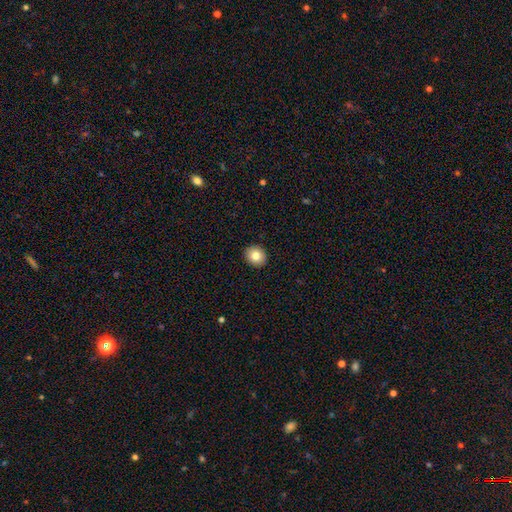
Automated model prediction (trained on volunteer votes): A smooth galaxy with no disk features (82%) that is round (74%).

Vote fractions:
- Smooth or featured? smooth: 82% / star or artifact: 9% / featured or disk: 9%
- How rounded? round: 74% / in between: 25% / cigar-shaped: 1%
- Merging? none: 92% / minor disturbance: 5% / major disturbance: 1% / merger: 1%